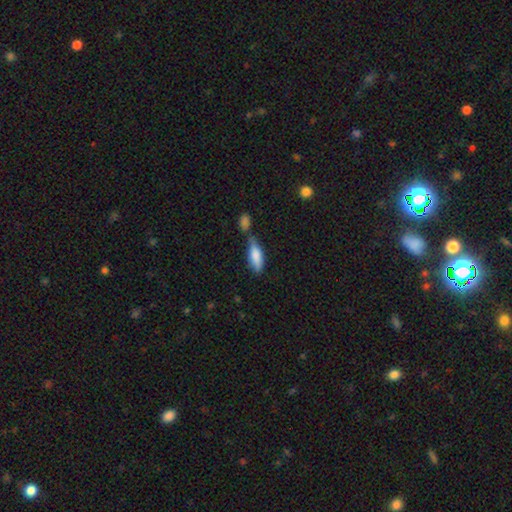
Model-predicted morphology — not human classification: Smooth or featured? smooth (79%)
How rounded? in between (66%)
Merging? none (36%, tied with merger)